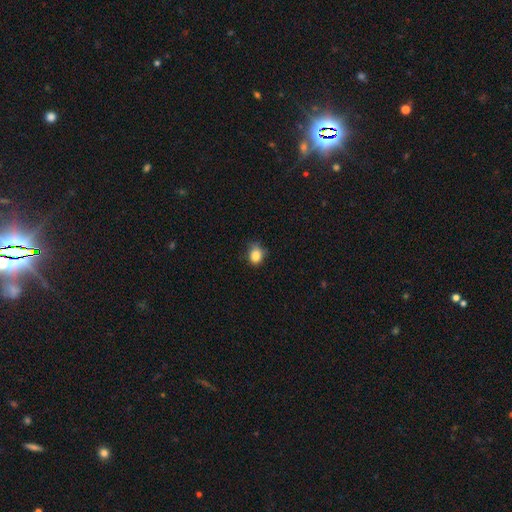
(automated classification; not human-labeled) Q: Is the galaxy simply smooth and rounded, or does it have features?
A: smooth — 86%.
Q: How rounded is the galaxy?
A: round — 51%.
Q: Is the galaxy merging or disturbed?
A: none — 62%.